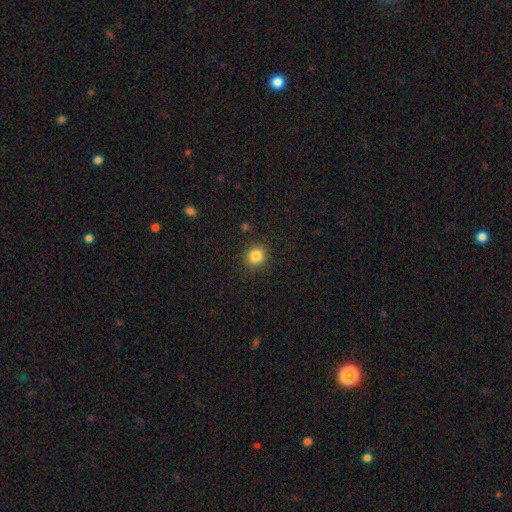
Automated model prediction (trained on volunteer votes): Smooth or featured? smooth (84%)
How rounded? round (86%)
Merging? none (89%)